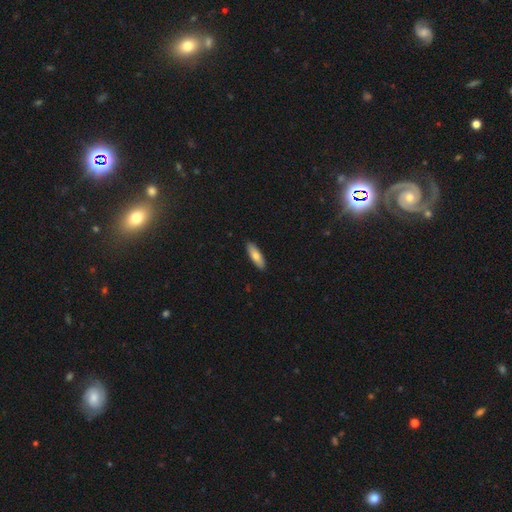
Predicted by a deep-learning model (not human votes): smooth_or_featured: smooth (p=0.76) [alt: featured or disk p=0.18]
how_rounded: in between (p=0.57) [alt: cigar-shaped p=0.41]
merging: none (p=0.90) [alt: minor disturbance p=0.08]